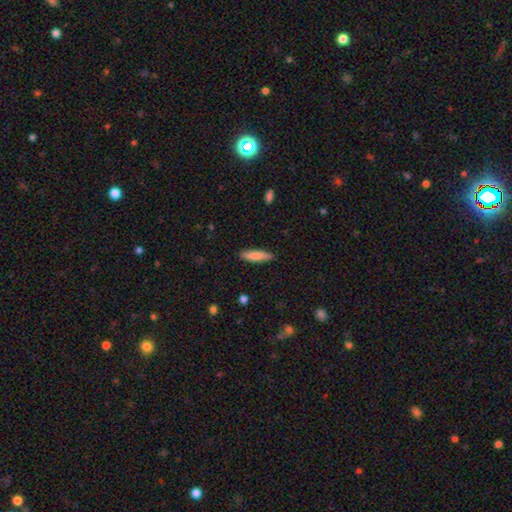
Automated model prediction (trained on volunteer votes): Smooth or featured? smooth (82%)
How rounded? cigar-shaped (78%)
Merging? none (86%)